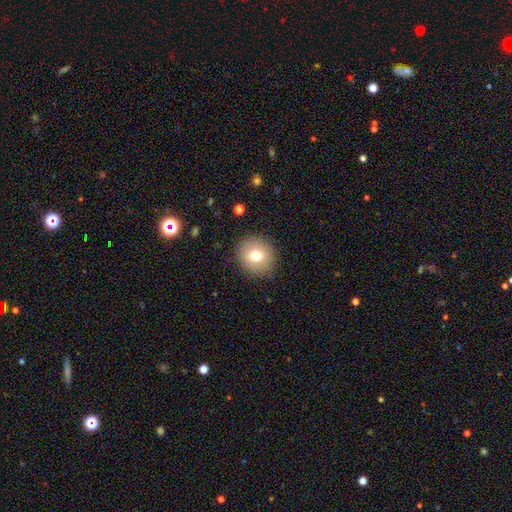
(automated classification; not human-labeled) smooth-or-featured: smooth: 74% | featured or disk: 16% | star or artifact: 11%
  how-rounded: round: 88% | in between: 11% | cigar-shaped: 1%
  merging: none: 88% | minor disturbance: 8% | major disturbance: 3% | merger: 1%